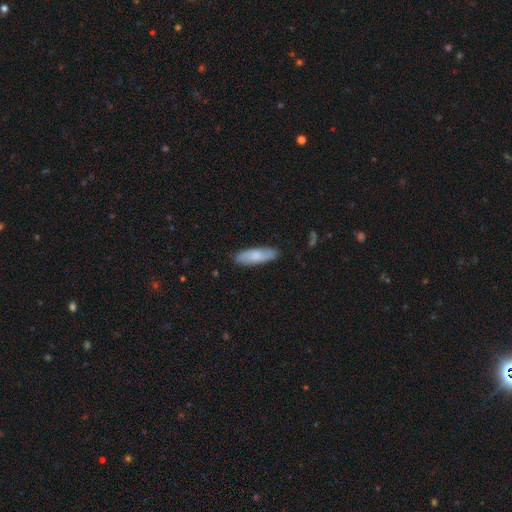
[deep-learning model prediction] smooth_or_featured: smooth (p=0.73) [alt: featured or disk p=0.22]
how_rounded: cigar-shaped (p=0.50) [alt: in between p=0.48]
merging: none (p=0.87) [alt: minor disturbance p=0.10]